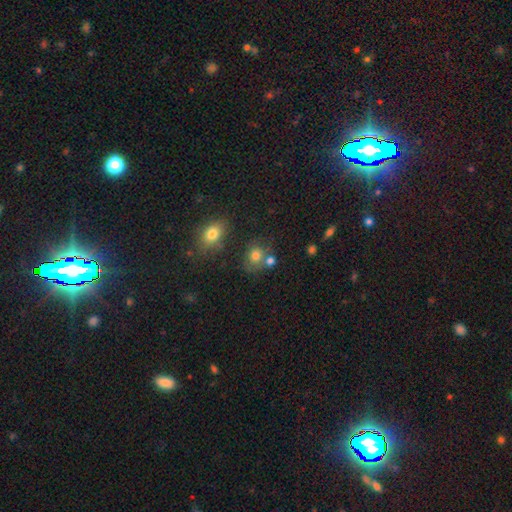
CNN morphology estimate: Smooth or featured? Predicted: smooth (p=0.74). How rounded? Predicted: round (p=0.74). Merging? Predicted: none (p=0.58).